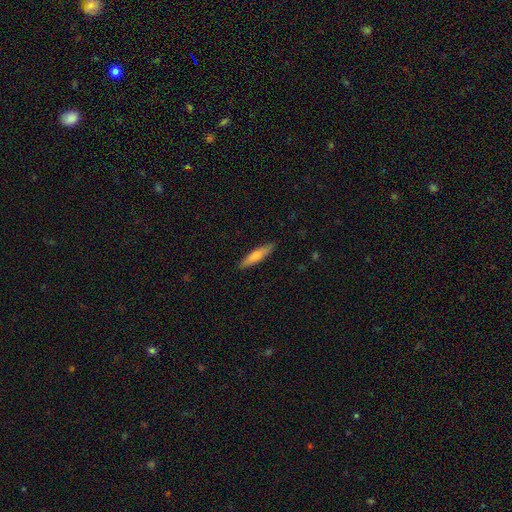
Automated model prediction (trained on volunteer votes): Q: Smooth or featured?
A: smooth (65%); runner-up: featured or disk (29%)
Q: How rounded?
A: cigar-shaped (81%); runner-up: in between (17%)
Q: Merging?
A: none (90%); runner-up: minor disturbance (8%)